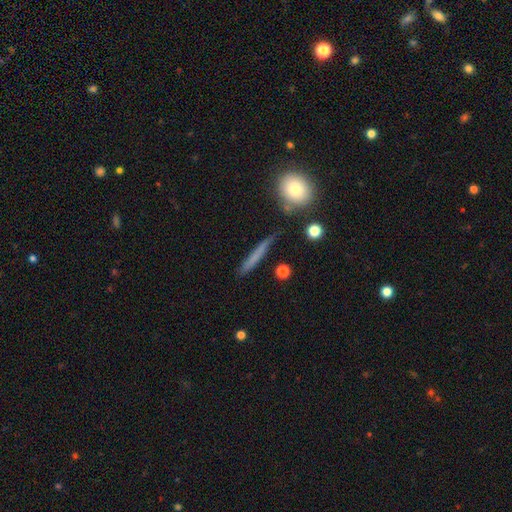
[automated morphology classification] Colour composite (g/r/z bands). It shows a smooth galaxy with no disk features (62%) that is cigar-shaped (92%). Merging: none (82%).